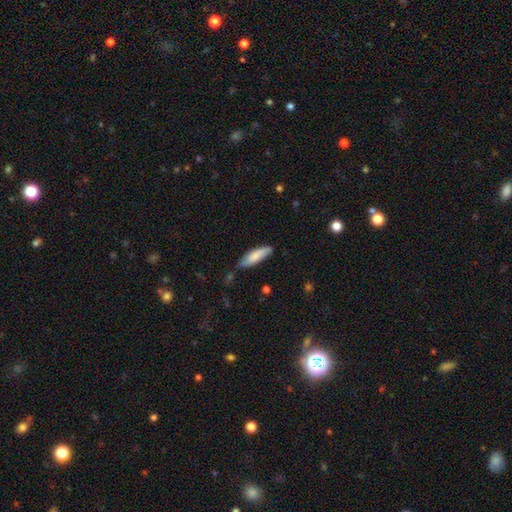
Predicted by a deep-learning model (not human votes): Smooth or featured?
  - smooth: 80% *
  - featured or disk: 14%
  - star or artifact: 6%
How rounded?
  - cigar-shaped: 56% *
  - in between: 43%
  - round: 2%
Merging?
  - none: 68% *
  - minor disturbance: 24%
  - major disturbance: 4%
  - merger: 4%